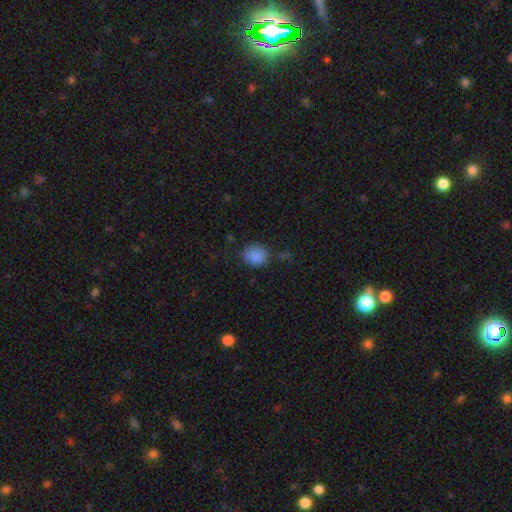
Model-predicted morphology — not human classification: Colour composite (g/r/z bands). It shows a smooth galaxy with no disk features (85%) that is round (69%). Merging: none (73%).